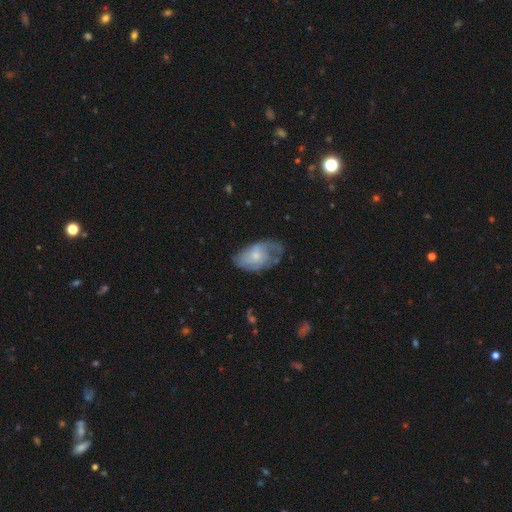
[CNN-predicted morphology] smooth-or-featured: featured or disk: 54% | smooth: 39% | star or artifact: 7%
  disk-edge-on: no: 95% | yes: 5%
    bar: no: 76% | weak: 21% | strong: 3%
    has-spiral-arms: yes: 74% | no: 26%
    bulge-size: small: 56% | moderate: 34% | none: 5% | large: 3% | dominant: 1%
  merging: none: 46% | minor disturbance: 31% | major disturbance: 22% | merger: 2%